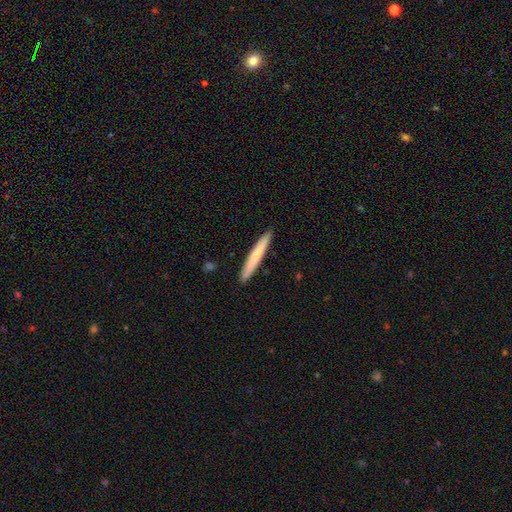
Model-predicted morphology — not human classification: Smooth or featured? Predicted: smooth (p=0.63). How rounded? Predicted: cigar-shaped (p=0.95). Merging? Predicted: none (p=0.92).